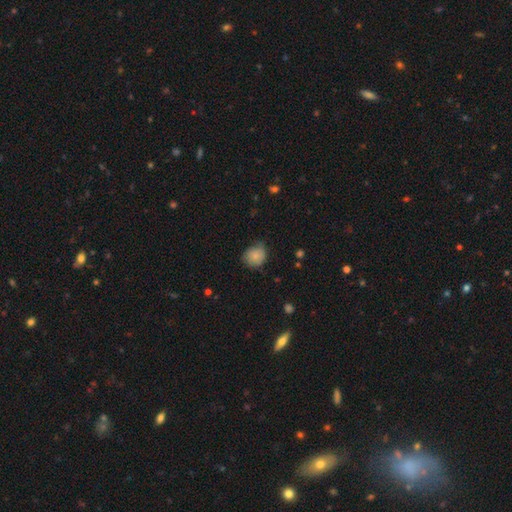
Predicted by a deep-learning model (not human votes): smooth 80%, featured or disk 12%, star or artifact 8%. Down the decision tree: how rounded — round (77%); merging — none (64%).